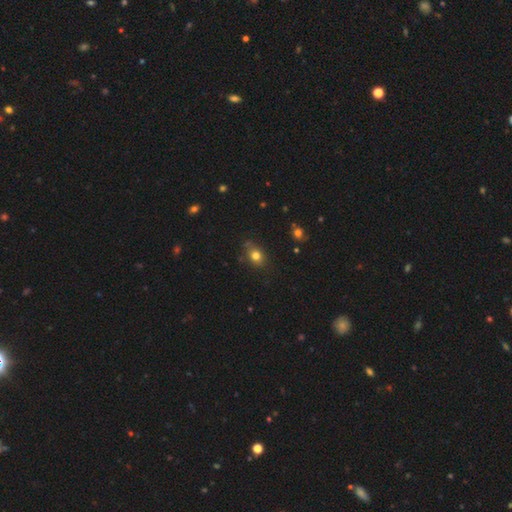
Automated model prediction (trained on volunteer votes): The model was most divided on "how rounded": round: 51%, in between: 47%, cigar-shaped: 2%. More confident: smooth or featured — smooth (78%); merging — none (72%).